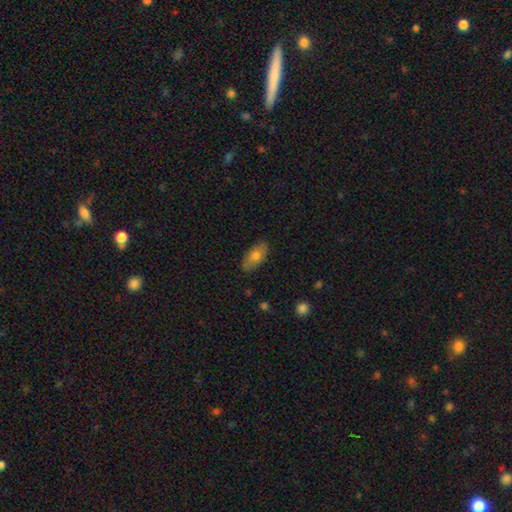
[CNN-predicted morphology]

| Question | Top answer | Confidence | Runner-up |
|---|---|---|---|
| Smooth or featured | smooth | 71% | featured or disk (23%) |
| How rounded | in between | 89% | cigar-shaped (7%) |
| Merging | none | 84% | minor disturbance (13%) |